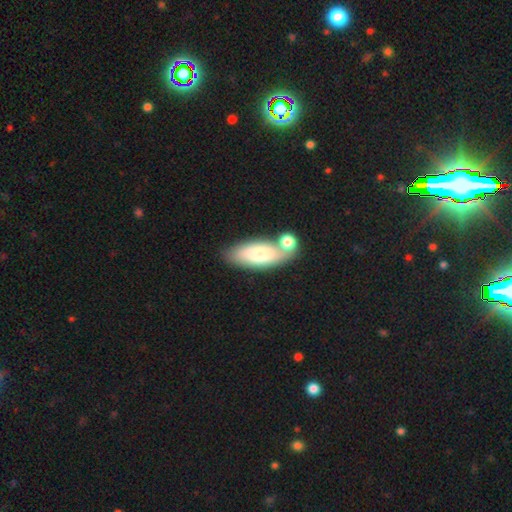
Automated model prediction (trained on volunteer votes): smooth 73%, featured or disk 20%, star or artifact 7%. Down the decision tree: how rounded — in between (77%); merging — none (55%).